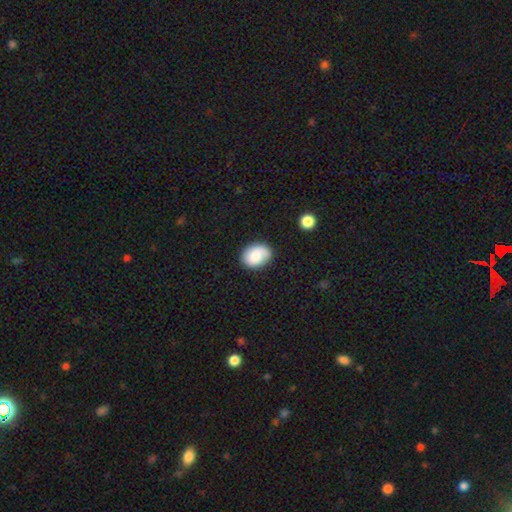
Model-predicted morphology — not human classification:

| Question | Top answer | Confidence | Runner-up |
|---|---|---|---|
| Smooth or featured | smooth | 73% | featured or disk (19%) |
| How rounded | in between | 62% | round (37%) |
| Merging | none | 74% | minor disturbance (19%) |